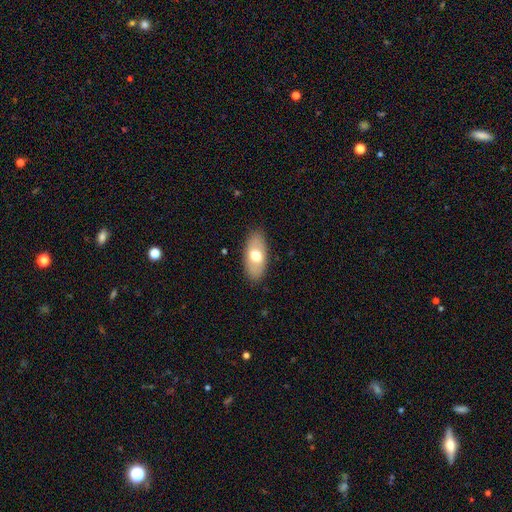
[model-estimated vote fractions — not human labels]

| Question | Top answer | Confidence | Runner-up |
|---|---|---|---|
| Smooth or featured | smooth | 66% | featured or disk (28%) |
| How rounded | in between | 91% | cigar-shaped (5%) |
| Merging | none | 85% | minor disturbance (11%) |